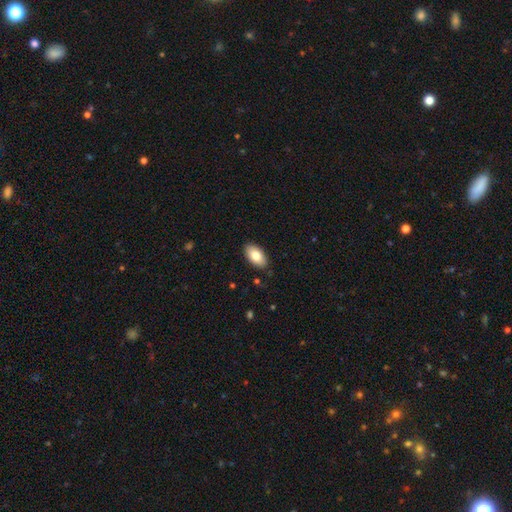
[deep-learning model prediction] This is clearly a smooth galaxy (83%). How rounded: clearly in between (95%). Merging: clearly none (87%).